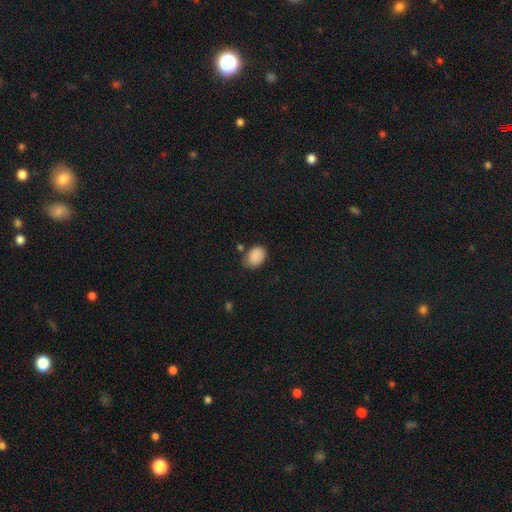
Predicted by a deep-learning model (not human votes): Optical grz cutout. It shows a smooth galaxy with no disk features (88%) that is in between round and cigar-shaped (74%). Merging: none (70%).